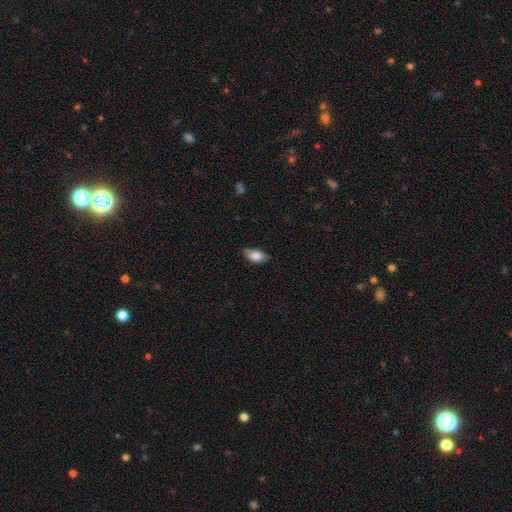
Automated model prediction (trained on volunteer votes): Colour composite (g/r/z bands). It shows a smooth galaxy with no disk features (84%) that is in between round and cigar-shaped (91%). Merging: none (68%).